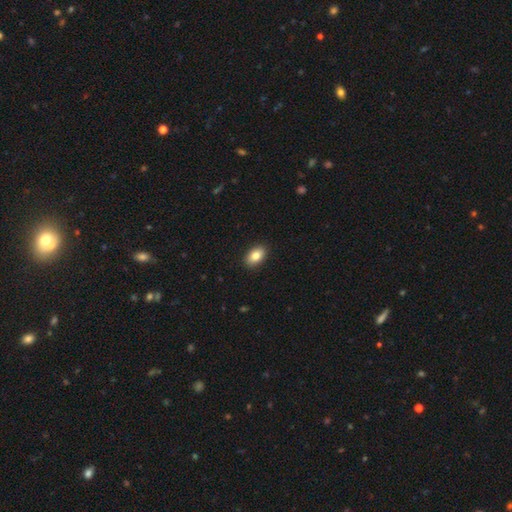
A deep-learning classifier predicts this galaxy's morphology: Q: Smooth or featured?
A: smooth (85%); runner-up: featured or disk (8%)
Q: How rounded?
A: in between (90%); runner-up: round (9%)
Q: Merging?
A: none (90%); runner-up: minor disturbance (7%)